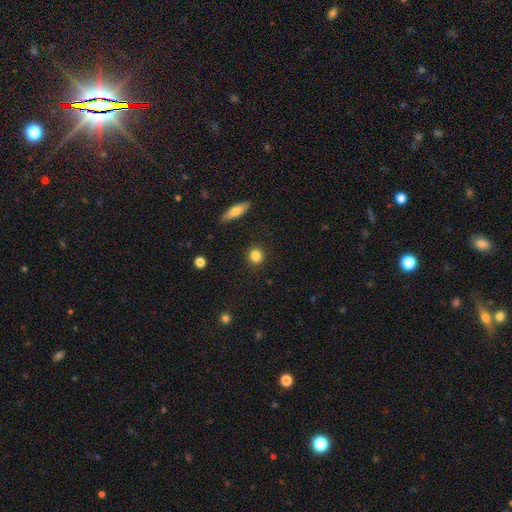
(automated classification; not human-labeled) smooth-or-featured: smooth: 85% | star or artifact: 10% | featured or disk: 6%
  how-rounded: round: 86% | in between: 12% | cigar-shaped: 2%
  merging: none: 91% | minor disturbance: 6% | major disturbance: 2% | merger: 1%